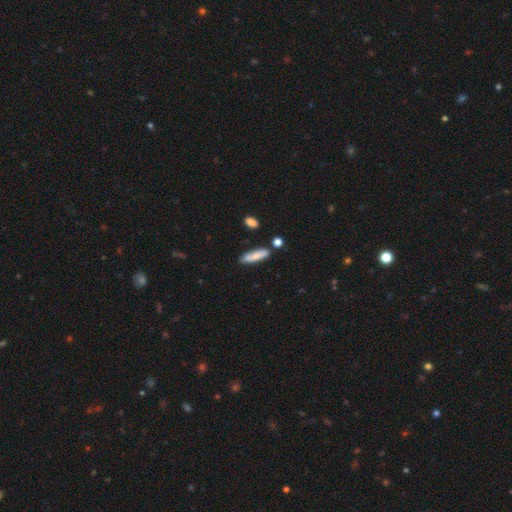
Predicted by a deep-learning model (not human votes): A smooth galaxy with no disk features (75%) that is cigar-shaped (70%).

Vote fractions:
- Smooth or featured? smooth: 75% / featured or disk: 18% / star or artifact: 7%
- How rounded? cigar-shaped: 70% / in between: 27% / round: 2%
- Merging? none: 76% / minor disturbance: 14% / merger: 7% / major disturbance: 3%